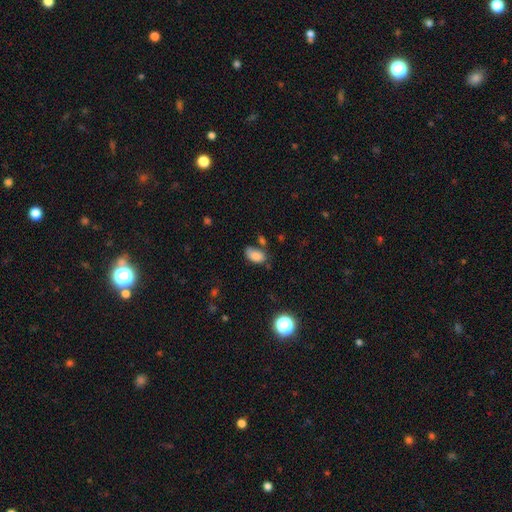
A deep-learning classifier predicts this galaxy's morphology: This appears to be a smooth galaxy with no disk features (81%) that is in between round and cigar-shaped (92%). Merging: none (58%).